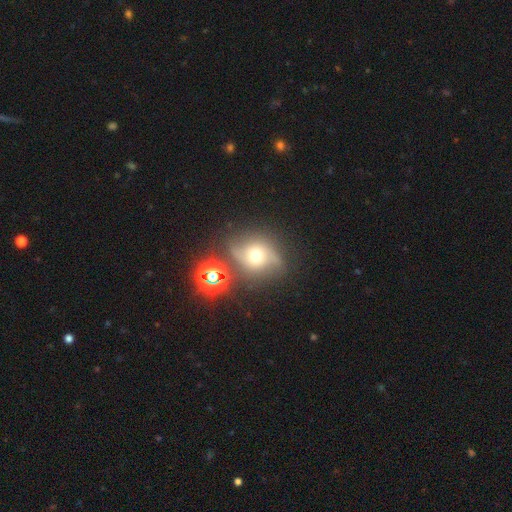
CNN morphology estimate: Smooth or featured: featured or disk — 44% (smooth — 35%)
Merging: none — 63% (minor disturbance — 19%)